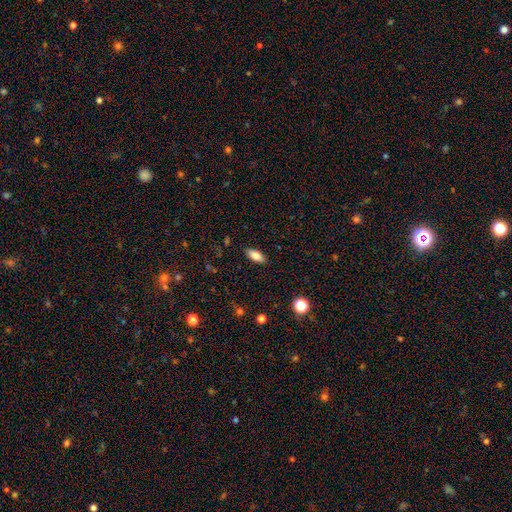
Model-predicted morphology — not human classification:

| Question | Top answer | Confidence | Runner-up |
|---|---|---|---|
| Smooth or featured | smooth | 83% | featured or disk (9%) |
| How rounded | in between | 83% | cigar-shaped (15%) |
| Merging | none | 88% | minor disturbance (9%) |